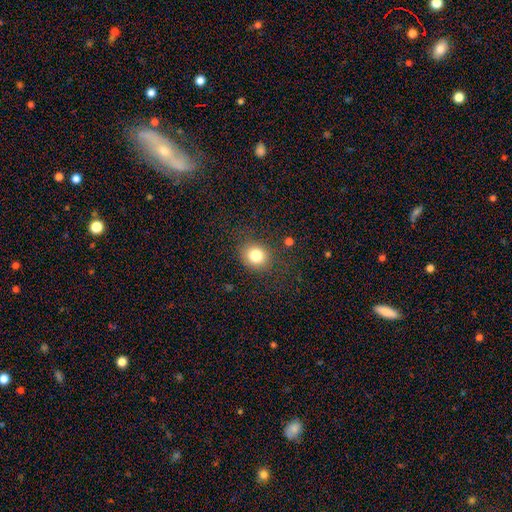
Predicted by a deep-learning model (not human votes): This is likely a smooth galaxy (80%). How rounded: likely round (72%). Merging: clearly none (83%).